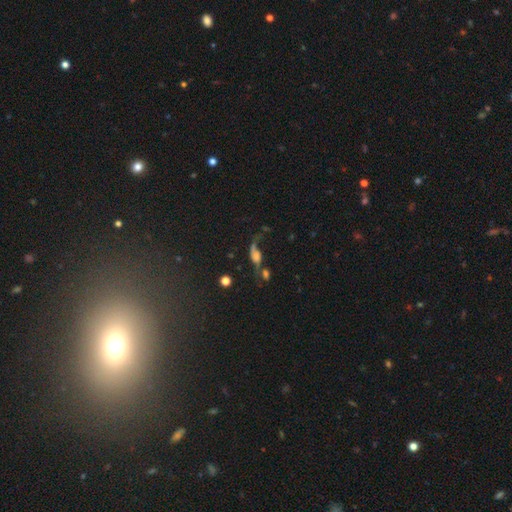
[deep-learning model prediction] Morphology: type=featured or disk (44%); merging=major disturbance (32%).